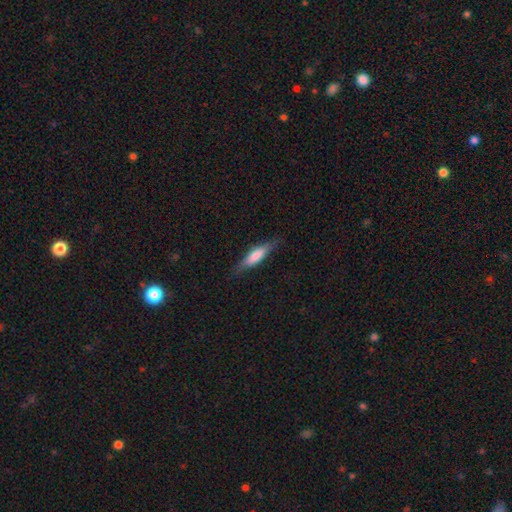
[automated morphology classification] Smooth or featured: smooth — 63% (featured or disk — 31%)
How rounded: cigar-shaped — 68% (in between — 30%)
Merging: none — 81% (minor disturbance — 15%)